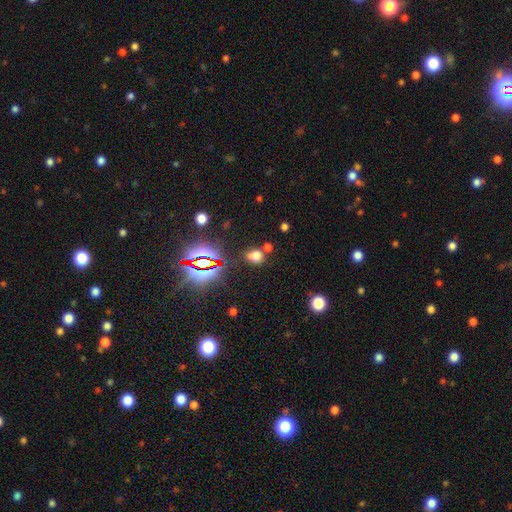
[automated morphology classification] Smooth or featured?
  - smooth: 64% *
  - star or artifact: 28%
  - featured or disk: 8%
How rounded?
  - in between: 52% *
  - round: 47%
  - cigar-shaped: 1%
Merging?
  - none: 64% *
  - merger: 16%
  - minor disturbance: 15%
  - major disturbance: 6%